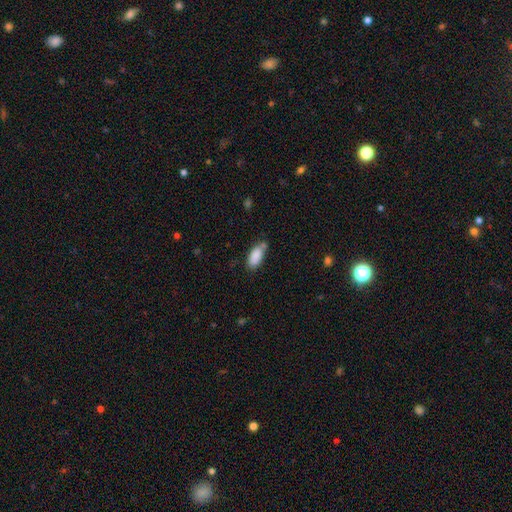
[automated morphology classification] Overall: smooth (87%). How rounded: in between (86%). Merging: none (59%; minor disturbance 25%).